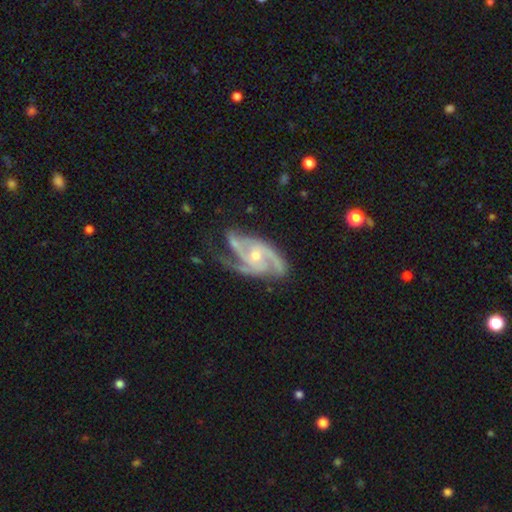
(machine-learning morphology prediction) Smooth or featured? Predicted: featured or disk (p=0.92). Edge-on disk? Predicted: no (p=0.97). Bar? Predicted: no (p=0.63). Spiral arms? Predicted: yes (p=0.98). Spiral winding? Predicted: medium (p=0.52). Spiral arm count? Predicted: 3 (p=0.53). Bulge size? Predicted: small (p=0.56). Merging? Predicted: none (p=0.58).